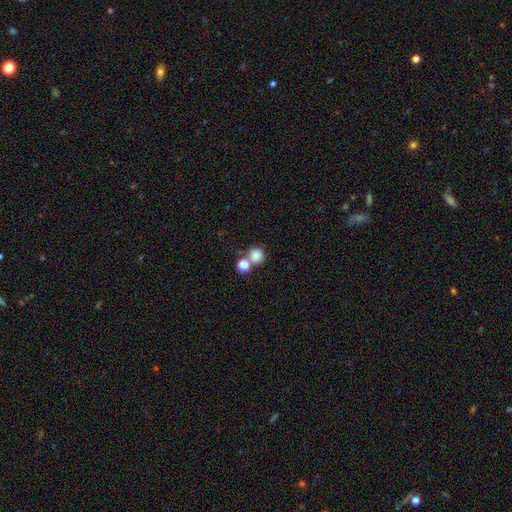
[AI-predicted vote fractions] Morphology: type=smooth (83%); roundness=round (90%); merging=none (58%).